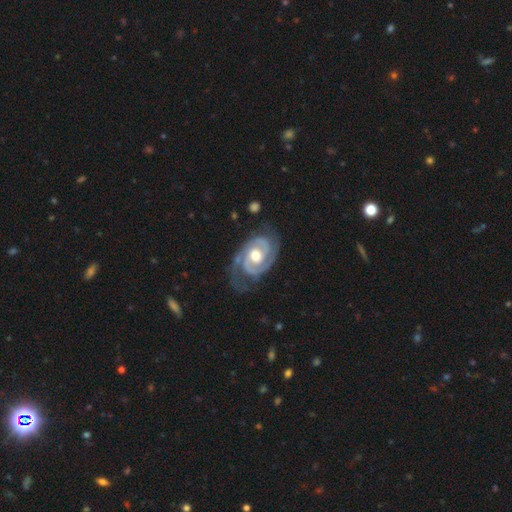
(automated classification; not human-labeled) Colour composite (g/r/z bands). It shows a featured or disk galaxy (92%) with no bar (61%), 2 (88%) tight (61%) spiral arms (98%) and a moderate central bulge (76%). Merging: none (70%).